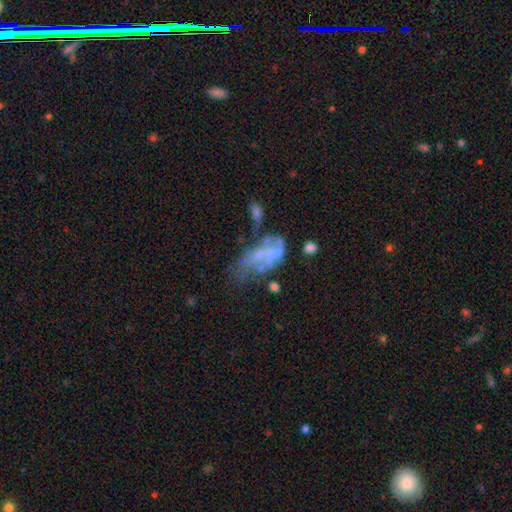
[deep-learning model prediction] Overall: featured or disk (57%; smooth 30%). Edge-on disk: no (97%). Bar: no (87%). Spiral arms: no (87%). Bulge size: none (69%). Merging: major disturbance (36%; merger 24%).